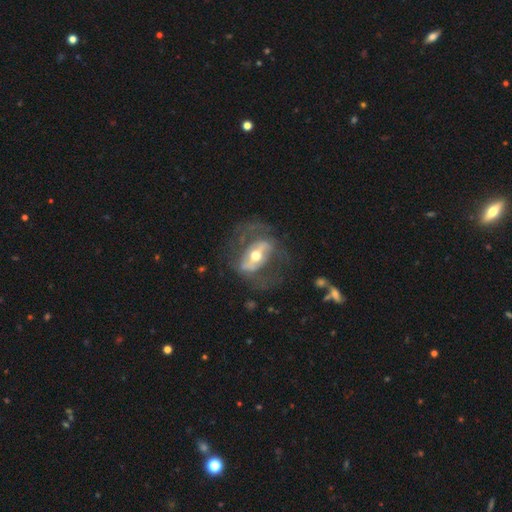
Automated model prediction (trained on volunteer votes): Smooth or featured? featured or disk (77%)
Edge-on disk? no (91%)
Bar? strong (52%)
Spiral arms? yes (61%)
Bulge size? moderate (73%)
Merging? none (58%)